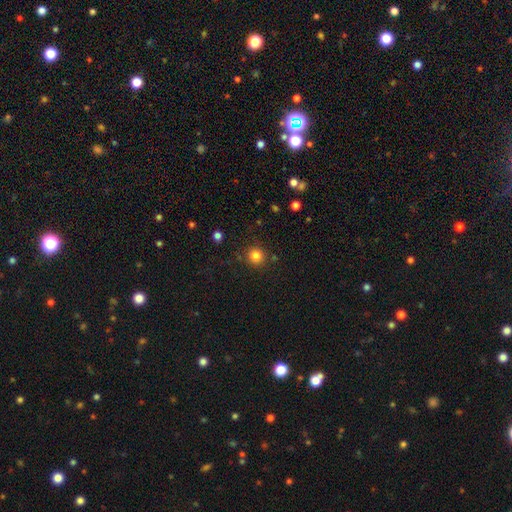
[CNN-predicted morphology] Q: Smooth or featured?
A: smooth (82%); runner-up: star or artifact (13%)
Q: How rounded?
A: round (93%); runner-up: in between (6%)
Q: Merging?
A: none (86%); runner-up: minor disturbance (8%)